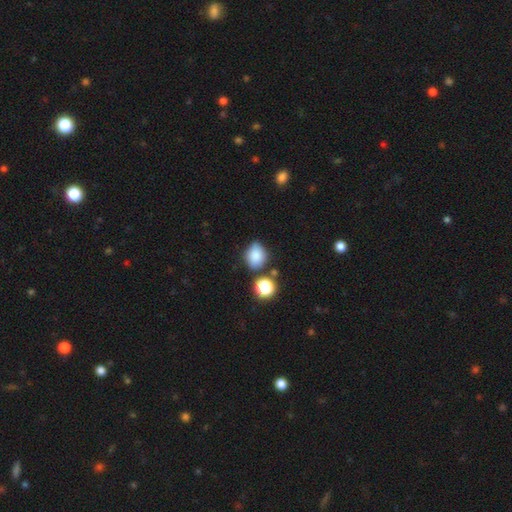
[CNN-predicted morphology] smooth-or-featured: smooth: 82% | star or artifact: 11% | featured or disk: 7%
  how-rounded: in between: 51% | round: 48% | cigar-shaped: 1%
  merging: none: 66% | minor disturbance: 20% | merger: 9% | major disturbance: 5%